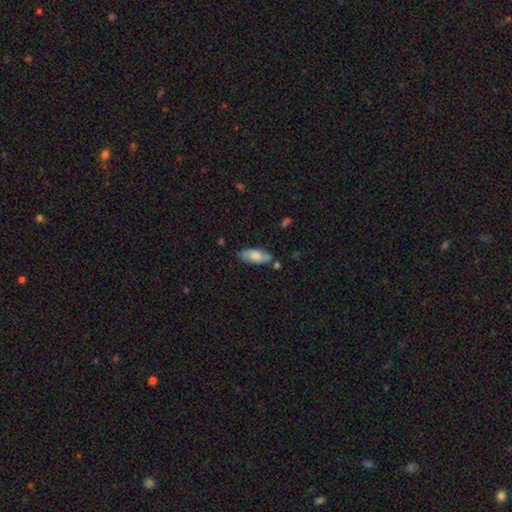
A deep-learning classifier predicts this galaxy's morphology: Overall: smooth (73%). How rounded: in between (75%). Merging: none (73%).